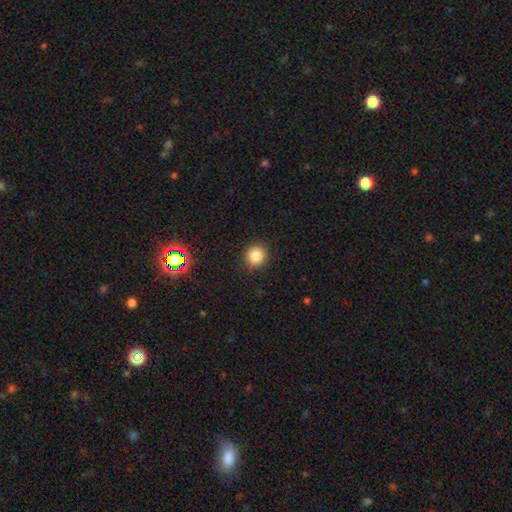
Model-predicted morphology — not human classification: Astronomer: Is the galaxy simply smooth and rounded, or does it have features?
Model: smooth — 83%.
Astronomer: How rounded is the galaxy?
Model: round — 88%.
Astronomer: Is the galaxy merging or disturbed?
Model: none — 89%.